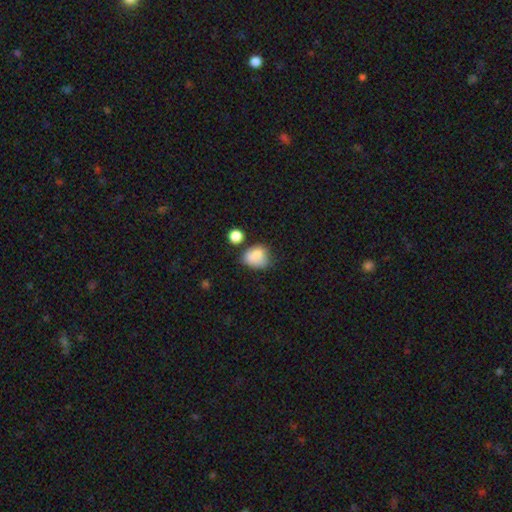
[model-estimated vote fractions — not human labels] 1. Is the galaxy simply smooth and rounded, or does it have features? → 80% smooth, 10% featured or disk, 10% star or artifact.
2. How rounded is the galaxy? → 54% in between, 45% round, 1% cigar-shaped.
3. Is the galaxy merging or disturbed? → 46% none, 27% minor disturbance, 16% merger, 10% major disturbance.